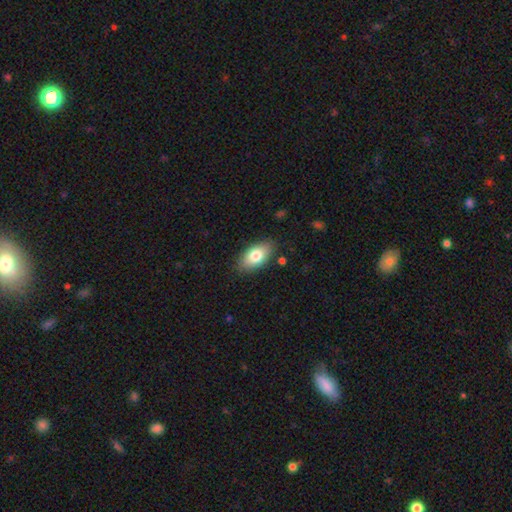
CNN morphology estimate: A smooth galaxy with no disk features (79%) that is in between round and cigar-shaped (92%).

Vote fractions:
- Smooth or featured? smooth: 79% / featured or disk: 15% / star or artifact: 7%
- How rounded? in between: 92% / round: 4% / cigar-shaped: 4%
- Merging? none: 85% / minor disturbance: 11% / major disturbance: 2% / merger: 2%